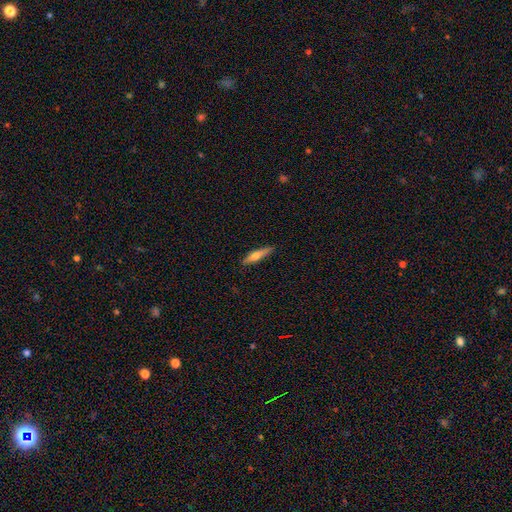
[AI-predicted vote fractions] smooth-or-featured: smooth: 61% | featured or disk: 33% | star or artifact: 6%
  how-rounded: cigar-shaped: 82% | in between: 16% | round: 2%
  merging: none: 84% | minor disturbance: 12% | major disturbance: 2% | merger: 1%